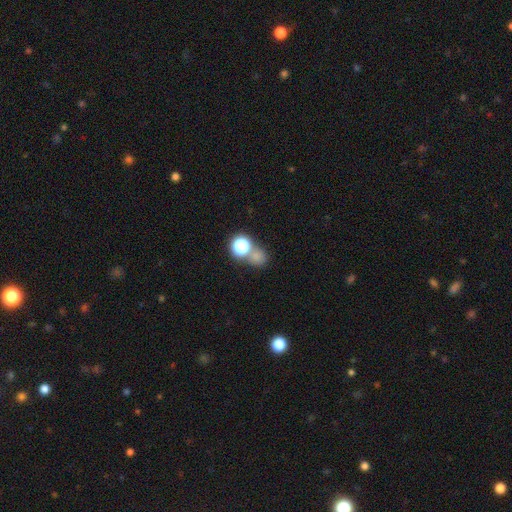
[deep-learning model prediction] Morphology: type=smooth (65%); roundness=round (77%); merging=none (56%).